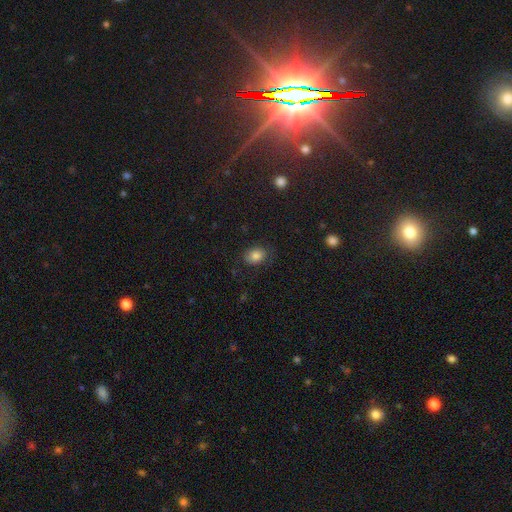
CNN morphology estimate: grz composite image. It shows a smooth galaxy with no disk features (82%) that is in between round and cigar-shaped (65%). Merging: none (78%).